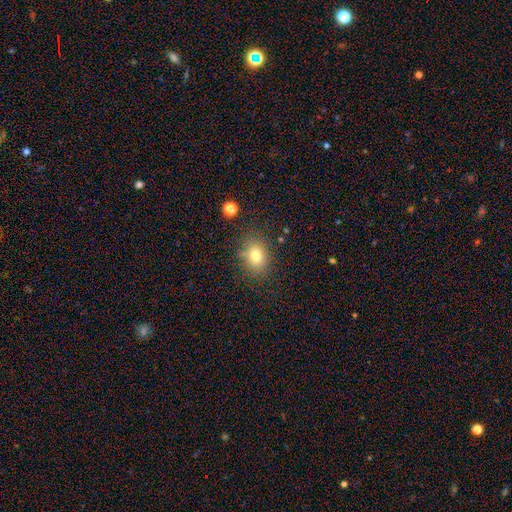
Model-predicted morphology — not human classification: This appears to be a smooth galaxy with no disk features (76%) that is in between round and cigar-shaped (58%). Merging: none (80%).